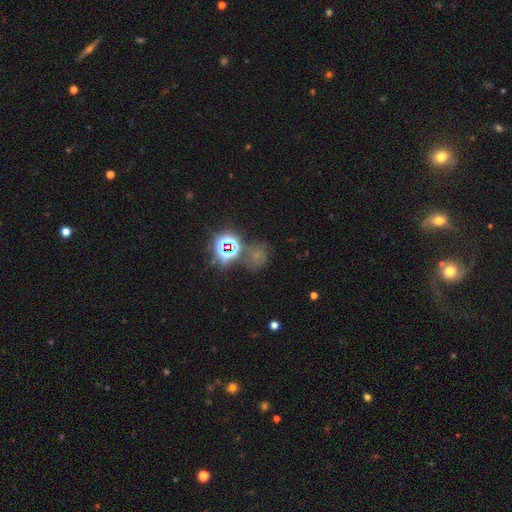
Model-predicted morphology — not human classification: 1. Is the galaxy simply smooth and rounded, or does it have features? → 58% star or artifact, 31% smooth, 11% featured or disk.